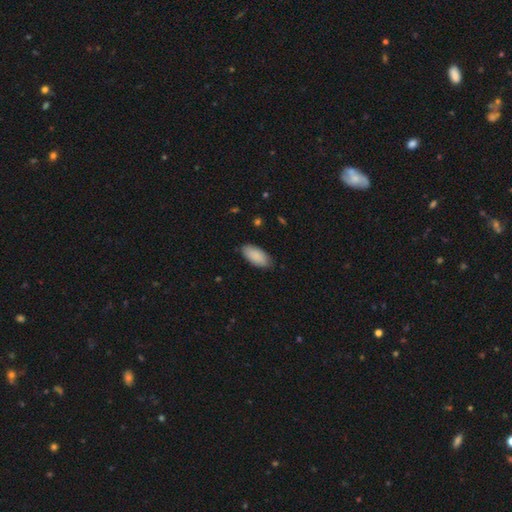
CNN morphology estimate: A smooth galaxy with no disk features (90%) that is in between round and cigar-shaped (93%).

Vote fractions:
- Smooth or featured? smooth: 90% / star or artifact: 5% / featured or disk: 5%
- How rounded? in between: 93% / cigar-shaped: 6% / round: 2%
- Merging? none: 84% / minor disturbance: 13% / major disturbance: 2% / merger: 1%